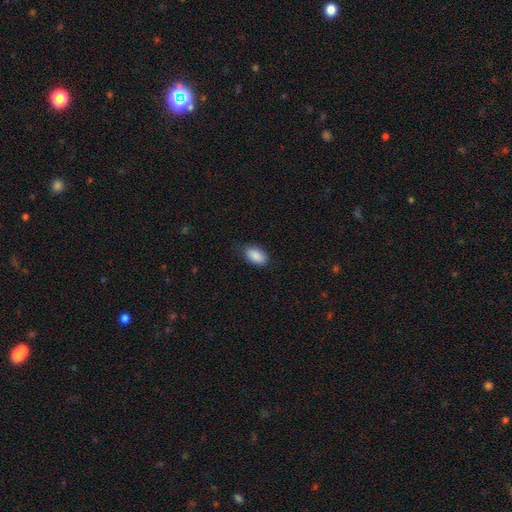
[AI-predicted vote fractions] Smooth or featured? Predicted: smooth (p=0.89). How rounded? Predicted: in between (p=0.93). Merging? Predicted: none (p=0.78).